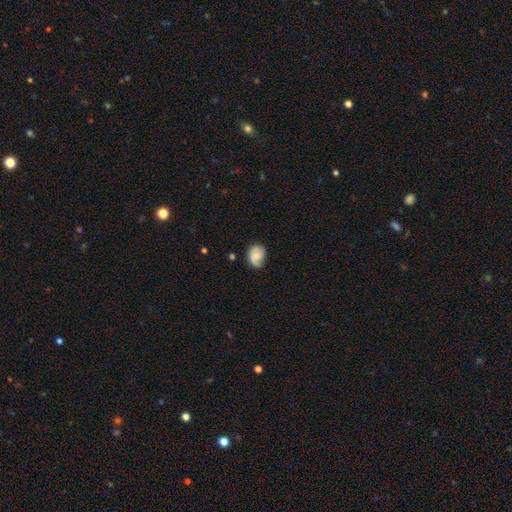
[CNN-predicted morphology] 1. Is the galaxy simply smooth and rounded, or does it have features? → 65% smooth, 27% featured or disk, 8% star or artifact.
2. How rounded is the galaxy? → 56% in between, 43% round, 1% cigar-shaped.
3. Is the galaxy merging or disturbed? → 50% none, 36% minor disturbance, 11% major disturbance, 2% merger.